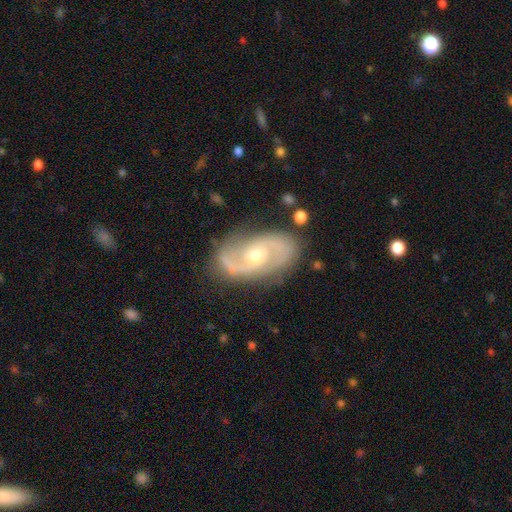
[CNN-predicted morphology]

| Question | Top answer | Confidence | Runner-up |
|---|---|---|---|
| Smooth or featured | featured or disk | 88% | smooth (7%) |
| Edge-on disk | no | 96% | yes (4%) |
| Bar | no | 57% | weak (35%) |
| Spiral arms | yes | 96% | no (4%) |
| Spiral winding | medium | 53% | tight (26%) |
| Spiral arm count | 2 | 90% | can't tell (4%) |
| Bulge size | moderate | 56% | small (39%) |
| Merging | none | 80% | minor disturbance (14%) |